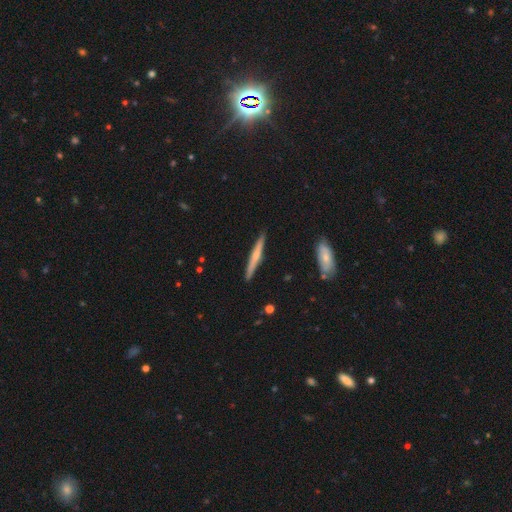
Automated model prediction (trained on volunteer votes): A featured or disk galaxy (58%) viewed edge-on (97%) with a rounded central bulge (68%). Merging: none (91%).